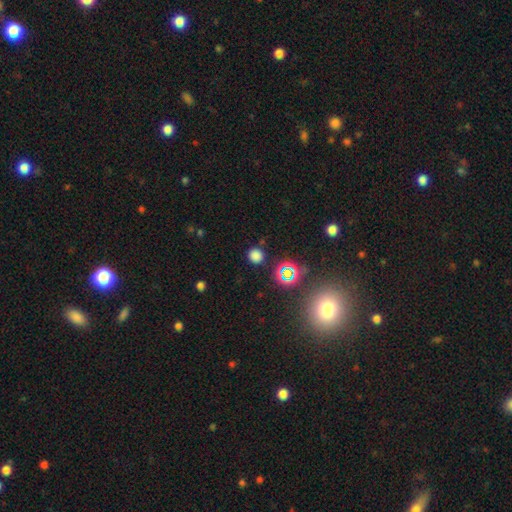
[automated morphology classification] Smooth or featured?
  - smooth: 71% *
  - star or artifact: 24%
  - featured or disk: 5%
How rounded?
  - round: 91% *
  - in between: 8%
  - cigar-shaped: 1%
Merging?
  - none: 86% *
  - minor disturbance: 9%
  - major disturbance: 3%
  - merger: 2%